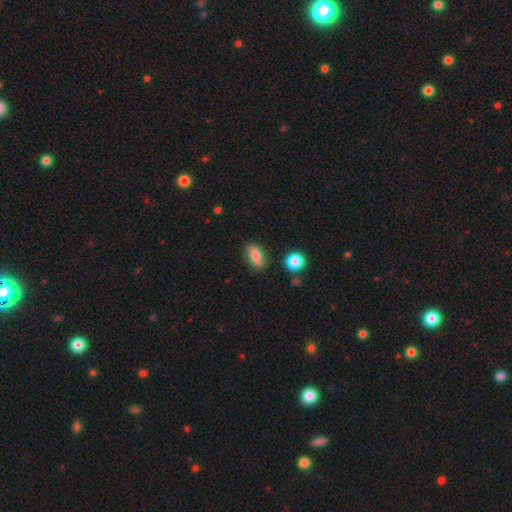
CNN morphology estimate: Smooth or featured: smooth — 82% (featured or disk — 10%)
How rounded: in between — 86% (round — 7%)
Merging: none — 82% (minor disturbance — 12%)